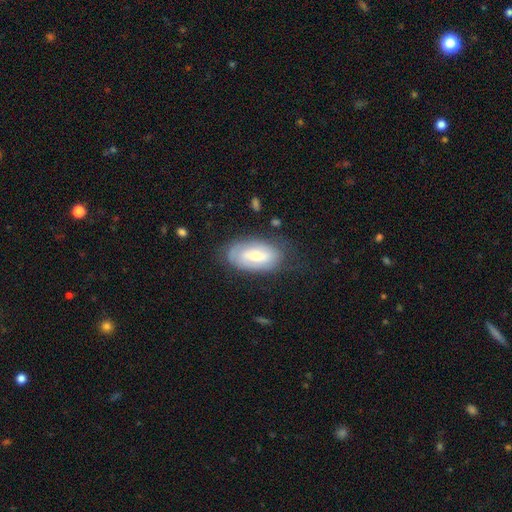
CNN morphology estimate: The model was most divided on "smooth or featured": featured or disk: 52%, smooth: 41%, star or artifact: 7%. More confident: edge-on disk — no (91%); merging — none (69%).